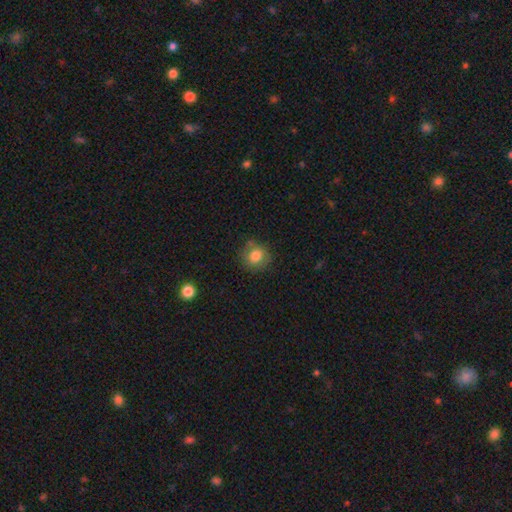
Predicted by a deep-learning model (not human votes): Smooth or featured?
  - smooth: 80% *
  - featured or disk: 10%
  - star or artifact: 10%
How rounded?
  - round: 83% *
  - in between: 16%
  - cigar-shaped: 1%
Merging?
  - none: 74% *
  - minor disturbance: 17%
  - major disturbance: 5%
  - merger: 5%